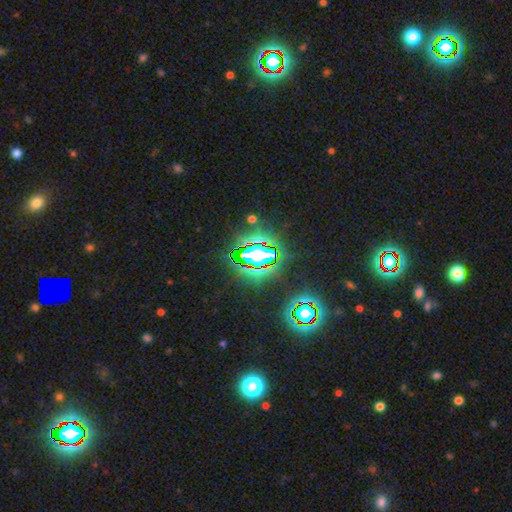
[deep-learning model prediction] Overall: star or artifact (76%).